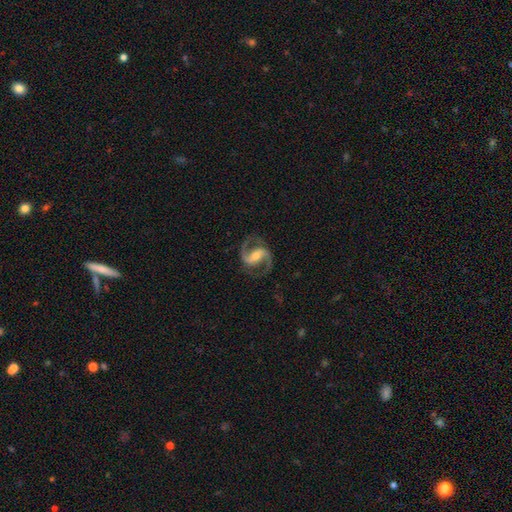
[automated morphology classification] A featured or disk galaxy (92%) with a strong bar (41%, tied with weak), 2 (94%) medium (64%) spiral arms (98%) and a moderate central bulge (54%).

Vote fractions:
- Smooth or featured? featured or disk: 92% / star or artifact: 4% / smooth: 4%
- Edge-on disk? no: 98% / yes: 2%
- Bar? strong: 41% (tied) / weak: 41% (tied) / no: 18%
- Spiral arms? yes: 98% / no: 2%
- Spiral winding? medium: 64% / loose: 20% / tight: 16%
- Spiral arm count? 2: 94% / can't tell: 1% / 1: 1% / 3: 1% / 4: 1% / more than 4: 1%
- Bulge size? moderate: 54% / small: 36% / large: 6% / none: 4% / dominant: 1%
- Merging? none: 83% / minor disturbance: 11% / major disturbance: 5% / merger: 1%